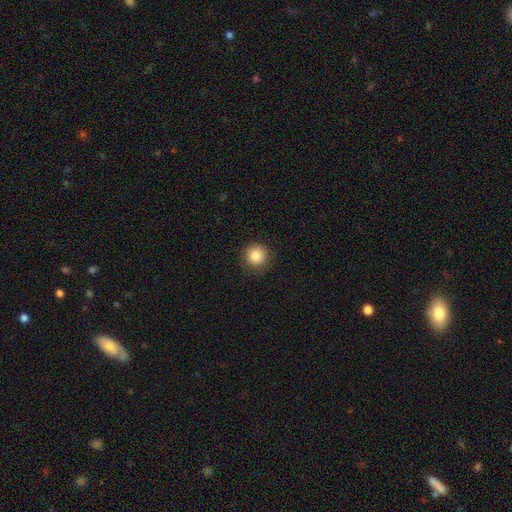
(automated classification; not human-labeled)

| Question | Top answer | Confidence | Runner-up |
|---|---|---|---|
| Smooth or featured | smooth | 85% | star or artifact (10%) |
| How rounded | round | 94% | in between (5%) |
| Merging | none | 86% | minor disturbance (10%) |